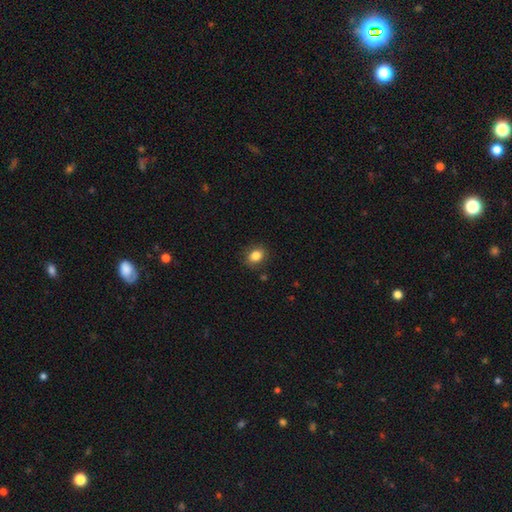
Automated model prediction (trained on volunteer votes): Overall: smooth (84%). How rounded: in between (52%; round 47%). Merging: none (86%).